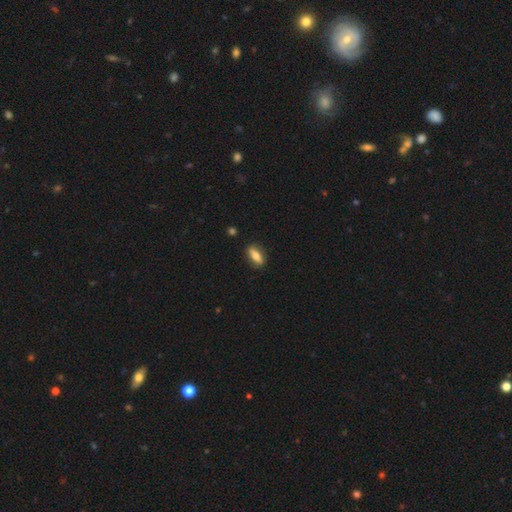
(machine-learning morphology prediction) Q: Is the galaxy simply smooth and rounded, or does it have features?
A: smooth — 67%.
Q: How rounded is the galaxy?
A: in between — 61%.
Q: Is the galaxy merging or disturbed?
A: none — 85%.